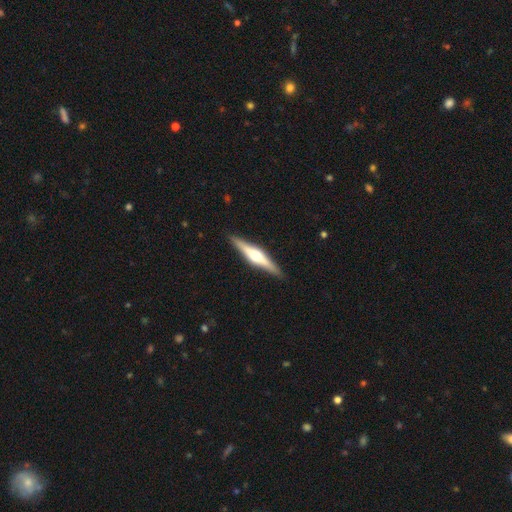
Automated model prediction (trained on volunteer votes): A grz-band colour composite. It shows a featured or disk galaxy (73%) viewed edge-on (97%) with a rounded central bulge (92%). Merging: none (91%).